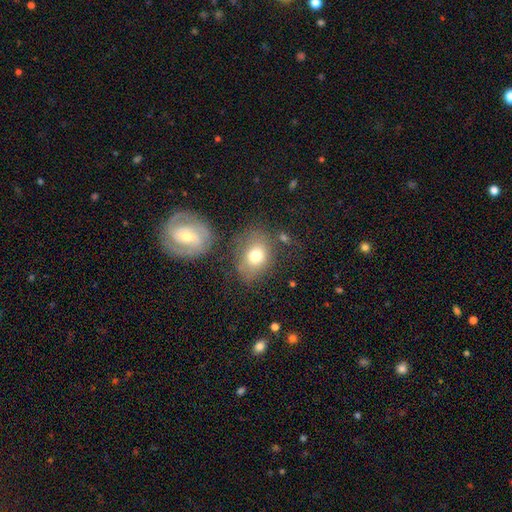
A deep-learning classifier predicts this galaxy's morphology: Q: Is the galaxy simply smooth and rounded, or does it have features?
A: smooth — 73%.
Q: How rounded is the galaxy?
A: in between — 60%.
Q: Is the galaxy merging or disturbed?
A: none — 61%.